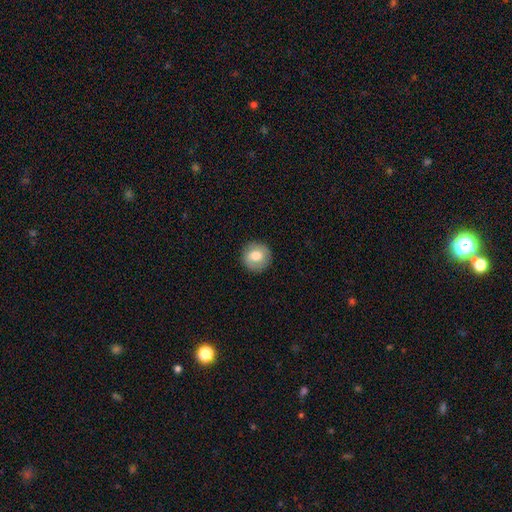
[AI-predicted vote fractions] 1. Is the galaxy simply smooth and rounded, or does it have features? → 73% smooth, 19% featured or disk, 8% star or artifact.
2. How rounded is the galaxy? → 93% round, 6% in between, 1% cigar-shaped.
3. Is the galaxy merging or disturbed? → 89% none, 8% minor disturbance, 2% major disturbance, 1% merger.